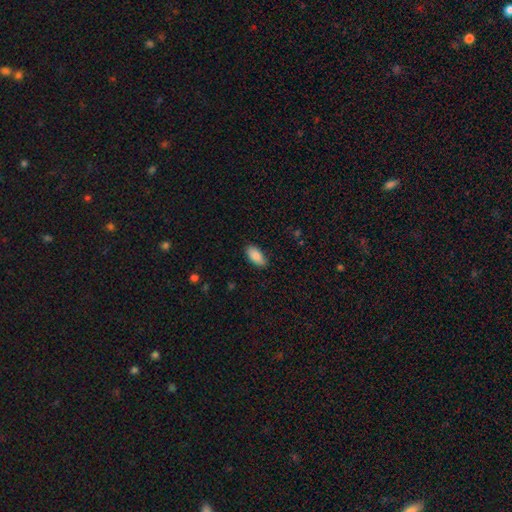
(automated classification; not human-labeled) The model was most divided on "merging": none: 84%, minor disturbance: 13%, major disturbance: 2%, merger: 1%. More confident: how rounded — in between (92%); smooth or featured — smooth (88%).